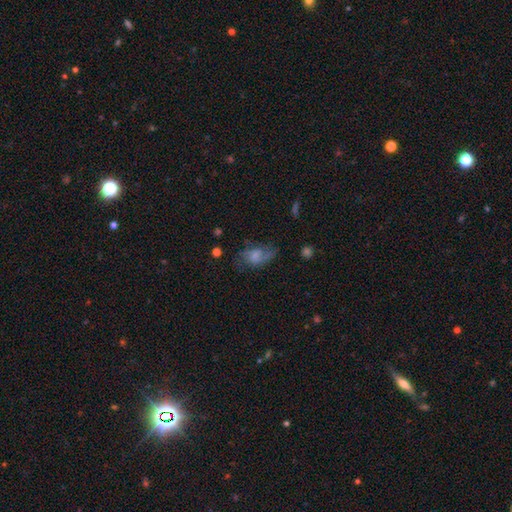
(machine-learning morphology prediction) smooth-or-featured: featured or disk: 50% | smooth: 39% | star or artifact: 10%
  disk-edge-on: no: 96% | yes: 4%
  merging: none: 45% | major disturbance: 27% | minor disturbance: 25% | merger: 3%